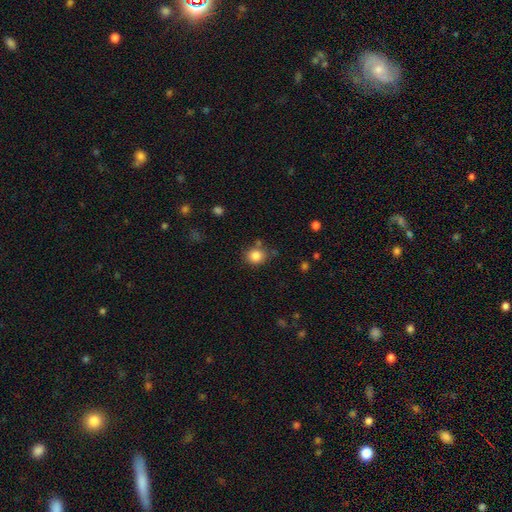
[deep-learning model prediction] A smooth galaxy with no disk features (84%) that is round (79%). Merging: none (77%).